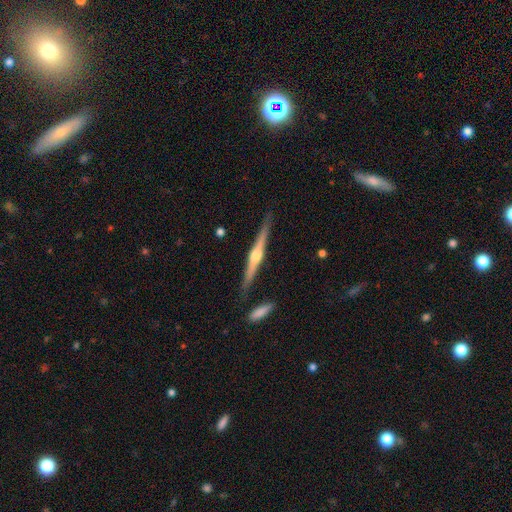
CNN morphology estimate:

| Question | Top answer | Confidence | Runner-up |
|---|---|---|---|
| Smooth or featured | featured or disk | 79% | smooth (16%) |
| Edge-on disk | yes | 98% | no (2%) |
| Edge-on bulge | rounded | 92% | boxy (5%) |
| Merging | none | 86% | minor disturbance (9%) |